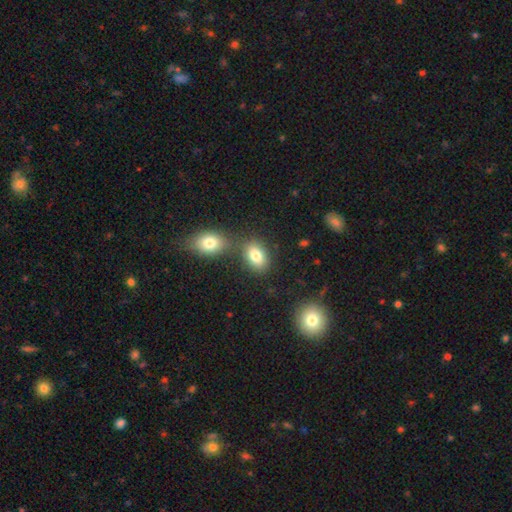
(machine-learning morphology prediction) Smooth or featured? smooth (81%)
How rounded? in between (81%)
Merging? none (64%)